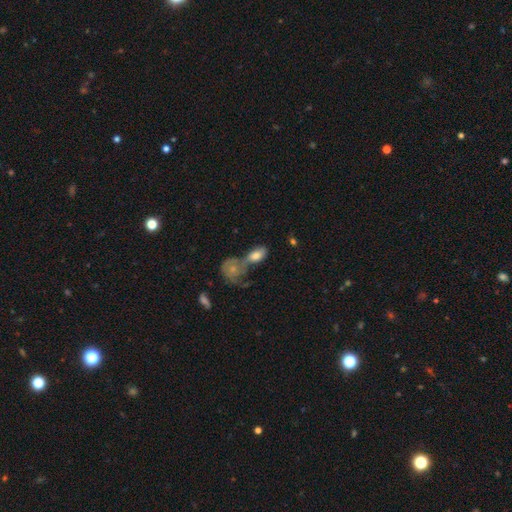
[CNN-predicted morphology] A smooth galaxy with no disk features (72%) that is in between round and cigar-shaped (87%). Merging: merger (54%).